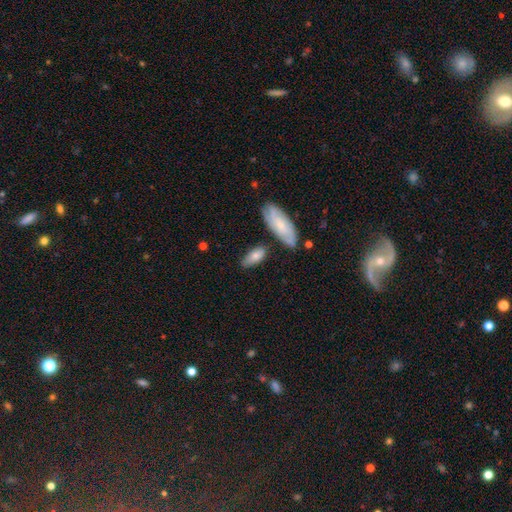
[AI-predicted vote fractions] Overall: smooth (70%). How rounded: in between (80%). Merging: none (65%).